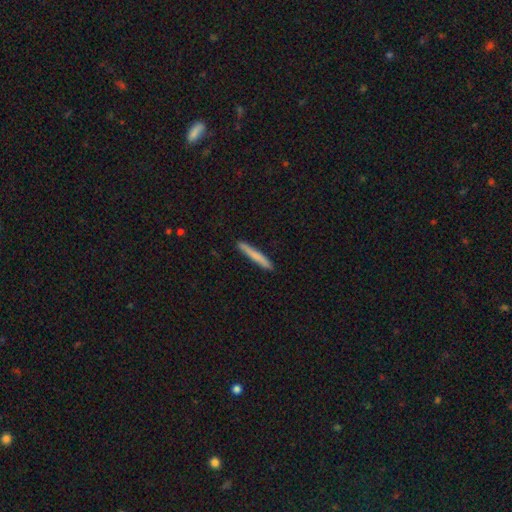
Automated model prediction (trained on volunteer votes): smooth 74%, featured or disk 21%, star or artifact 6%. Down the decision tree: how rounded — cigar-shaped (96%); merging — none (91%).